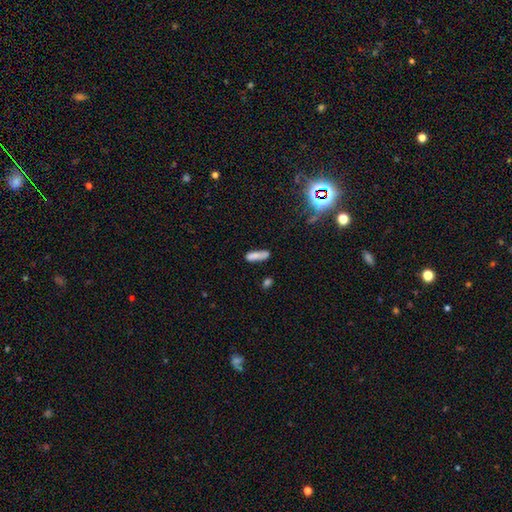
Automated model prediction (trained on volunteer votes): This appears to be a smooth galaxy with no disk features (80%) that is cigar-shaped (58%). Merging: none (61%).